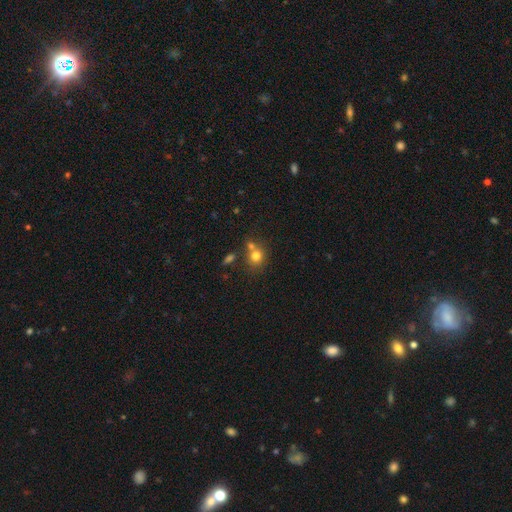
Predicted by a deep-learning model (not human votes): Smooth or featured: smooth — 75% (star or artifact — 13%)
How rounded: round — 77% (in between — 22%)
Merging: none — 52% (merger — 34%)